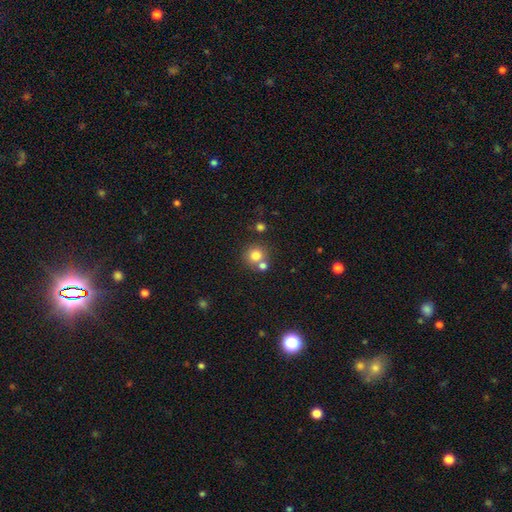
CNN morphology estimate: Smooth or featured? Predicted: smooth (p=0.78). How rounded? Predicted: round (p=0.91). Merging? Predicted: none (p=0.64).